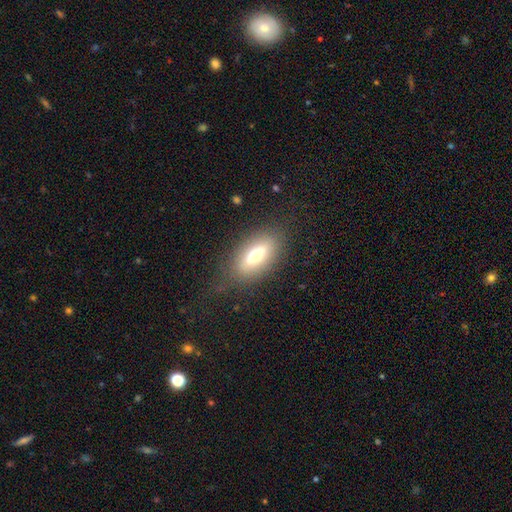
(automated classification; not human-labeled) A smooth galaxy with no disk features (62%) that is in between round and cigar-shaped (77%). Merging: none (76%).